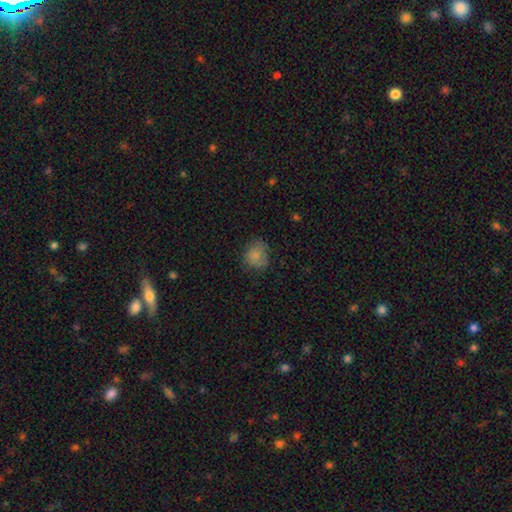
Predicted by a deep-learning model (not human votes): Smooth or featured? smooth (78%)
How rounded? round (67%)
Merging? none (64%)